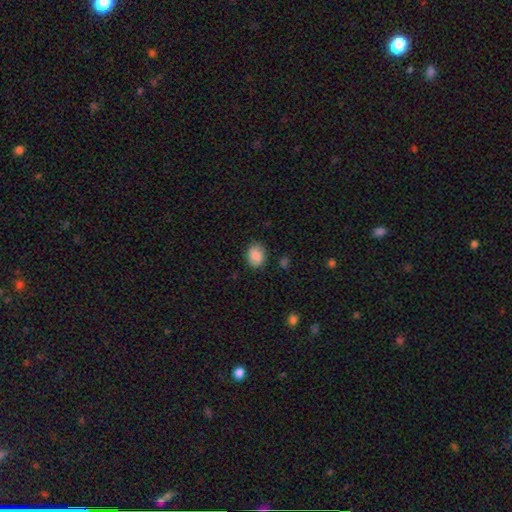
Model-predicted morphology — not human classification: This appears to be a smooth galaxy with no disk features (88%) that is in between round and cigar-shaped (56%). Merging: none (83%).